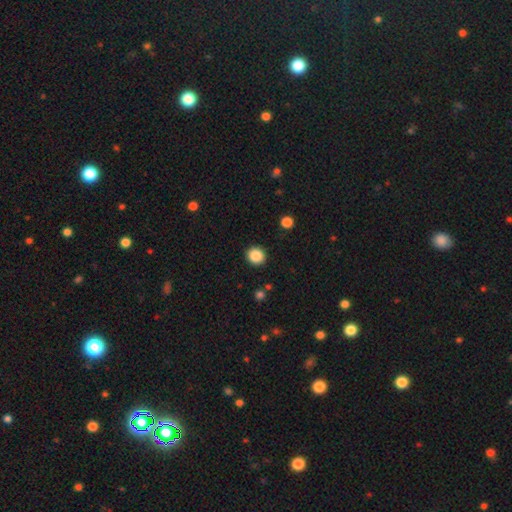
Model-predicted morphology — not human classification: Smooth or featured: smooth — 87% (star or artifact — 10%)
How rounded: round — 90% (in between — 9%)
Merging: none — 91% (minor disturbance — 5%)